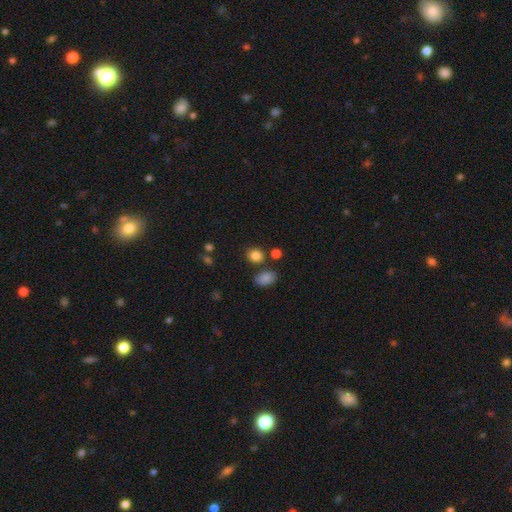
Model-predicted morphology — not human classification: smooth_or_featured: smooth (p=0.84) [alt: star or artifact p=0.11]
how_rounded: round (p=0.73) [alt: in between p=0.26]
merging: none (p=0.77) [alt: minor disturbance p=0.10]